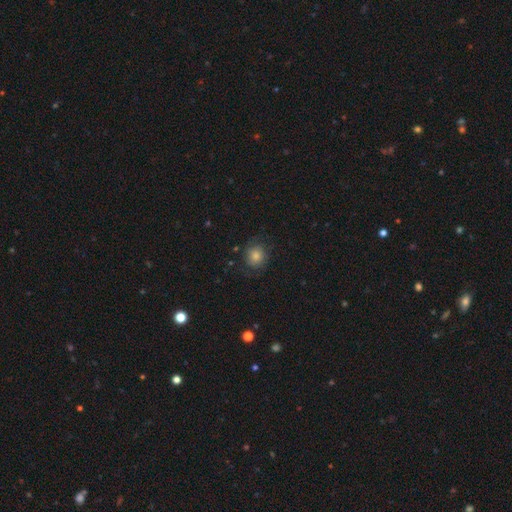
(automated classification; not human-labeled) smooth_or_featured: smooth (p=0.70) [alt: star or artifact p=0.15]
how_rounded: round (p=0.82) [alt: in between p=0.17]
merging: none (p=0.78) [alt: minor disturbance p=0.14]